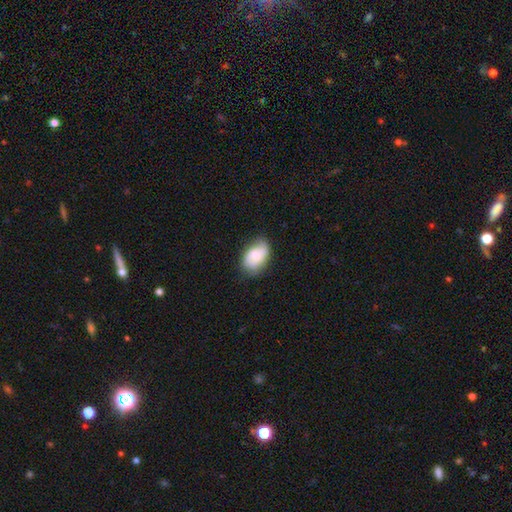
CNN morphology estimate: This appears to be a smooth galaxy with no disk features (70%) that is in between round and cigar-shaped (88%). Merging: none (70%).